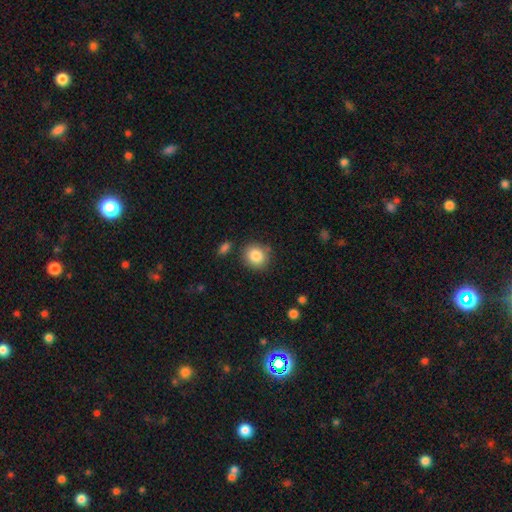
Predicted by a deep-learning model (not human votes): Smooth or featured? Predicted: smooth (p=0.85). How rounded? Predicted: round (p=0.84). Merging? Predicted: none (p=0.82).